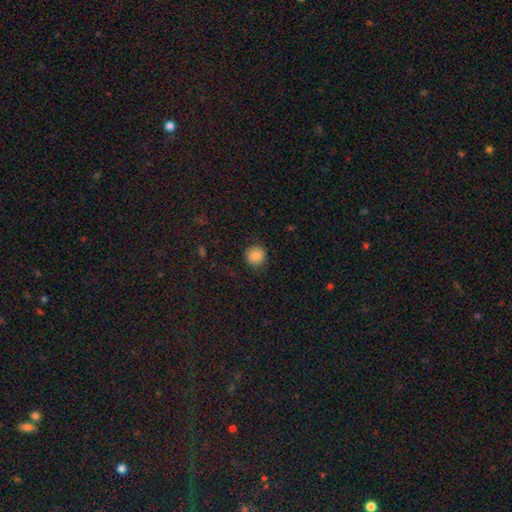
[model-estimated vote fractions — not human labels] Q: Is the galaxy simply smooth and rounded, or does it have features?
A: smooth — 85%.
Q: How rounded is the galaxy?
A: round — 92%.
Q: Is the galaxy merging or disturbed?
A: none — 85%.